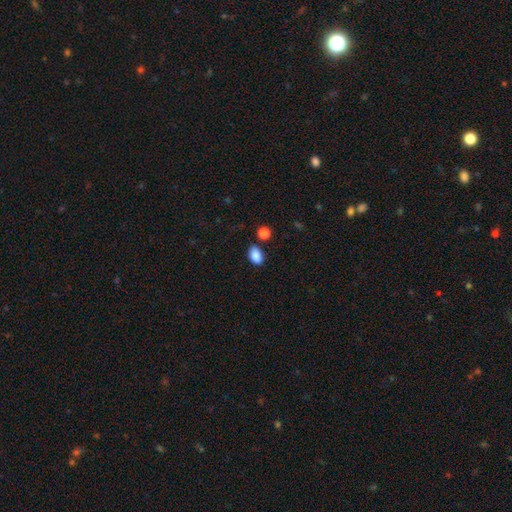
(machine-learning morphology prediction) Q: Smooth or featured?
A: smooth (88%); runner-up: star or artifact (8%)
Q: How rounded?
A: in between (88%); runner-up: round (10%)
Q: Merging?
A: none (79%); runner-up: minor disturbance (13%)